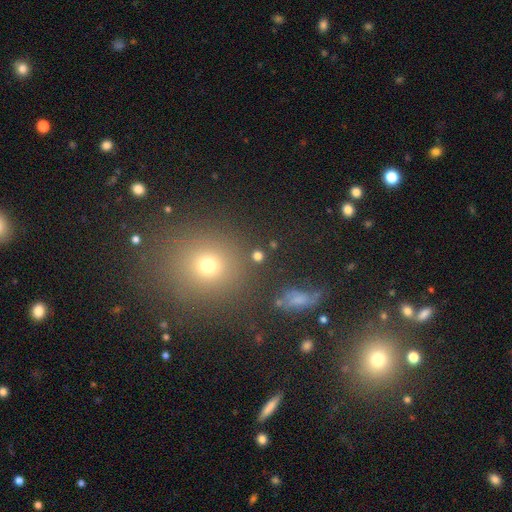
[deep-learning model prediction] Q: Smooth or featured?
A: smooth (54%); runner-up: star or artifact (35%)
Q: How rounded?
A: round (76%); runner-up: in between (21%)
Q: Merging?
A: none (80%); runner-up: minor disturbance (10%)